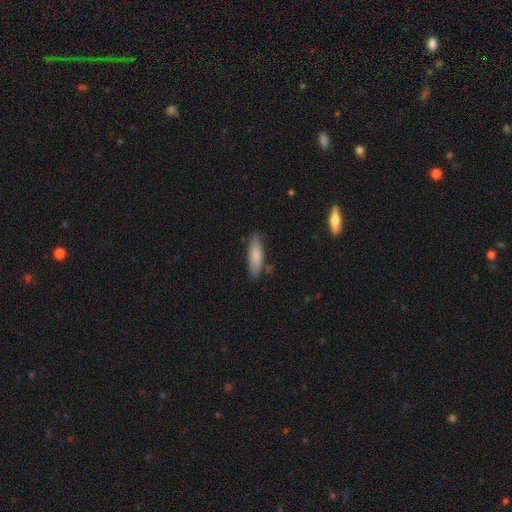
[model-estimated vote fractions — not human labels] Smooth or featured?
  - smooth: 82% *
  - featured or disk: 12%
  - star or artifact: 6%
How rounded?
  - cigar-shaped: 53% *
  - in between: 45%
  - round: 2%
Merging?
  - none: 80% *
  - minor disturbance: 14%
  - merger: 3%
  - major disturbance: 3%